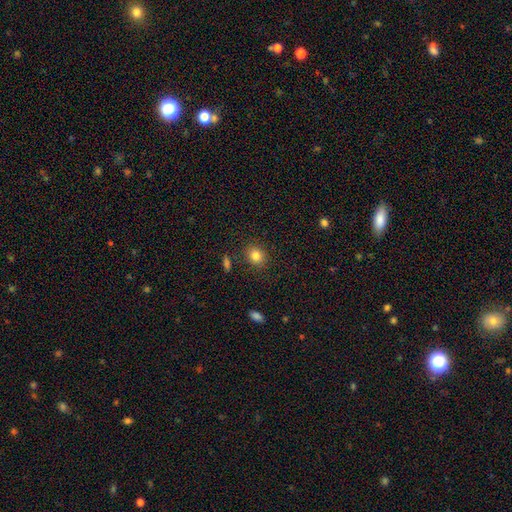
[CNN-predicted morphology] This is clearly a smooth galaxy (83%). How rounded: likely round (63%). Merging: clearly none (86%).